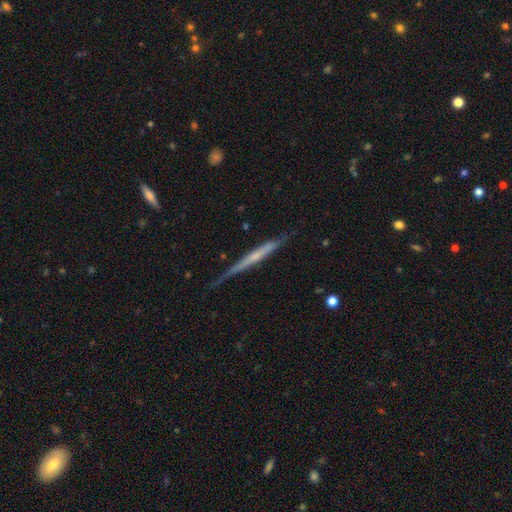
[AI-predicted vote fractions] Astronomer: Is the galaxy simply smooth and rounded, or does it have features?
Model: featured or disk — 61%.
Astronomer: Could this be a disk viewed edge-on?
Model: yes — 97%.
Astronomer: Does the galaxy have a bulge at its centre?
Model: none — 71%.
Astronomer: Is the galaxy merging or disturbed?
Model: none — 77%.